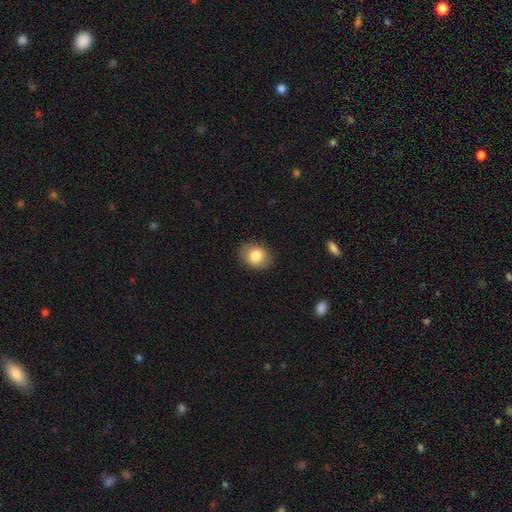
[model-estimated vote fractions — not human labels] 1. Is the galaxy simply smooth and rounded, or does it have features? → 83% smooth, 9% featured or disk, 8% star or artifact.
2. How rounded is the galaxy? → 55% in between, 45% round, 1% cigar-shaped.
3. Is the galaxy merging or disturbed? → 87% none, 10% minor disturbance, 3% major disturbance, 1% merger.